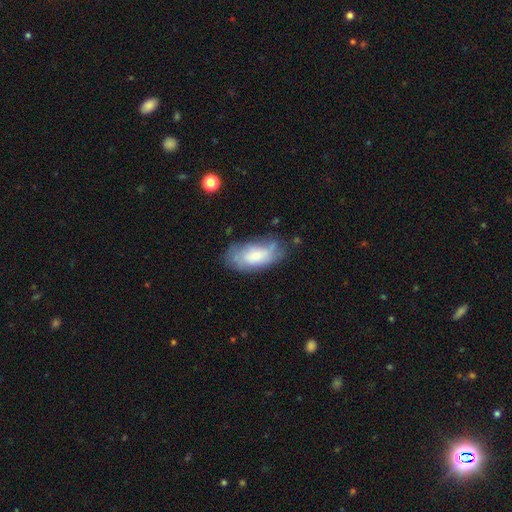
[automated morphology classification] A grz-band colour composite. It shows a smooth galaxy with no disk features (65%) that is in between round and cigar-shaped (92%). Merging: none (55%).